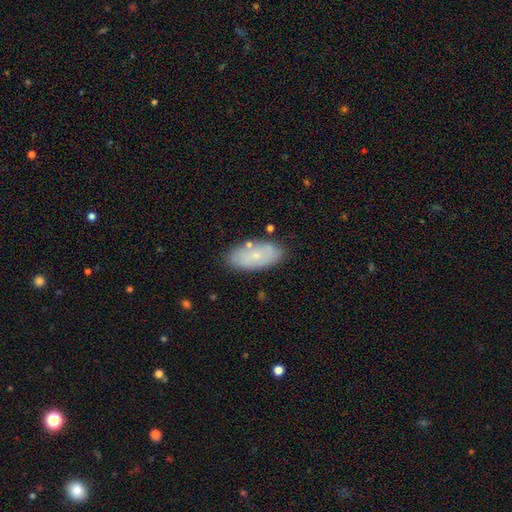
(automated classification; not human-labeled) smooth 67%, featured or disk 25%, star or artifact 7%. Down the decision tree: how rounded — in between (90%); merging — none (81%).